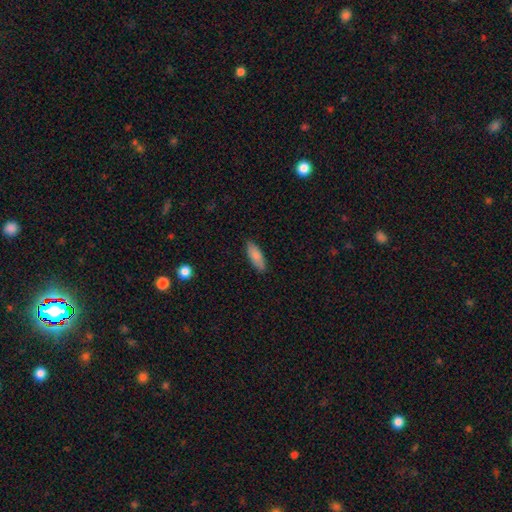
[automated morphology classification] This appears to be a smooth galaxy with no disk features (86%) that is in between round and cigar-shaped (68%). Merging: none (86%).